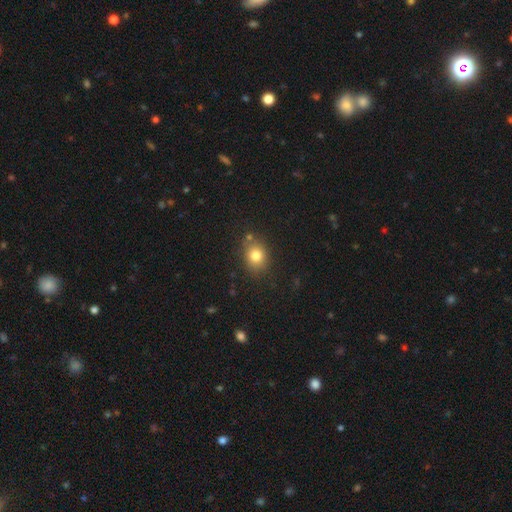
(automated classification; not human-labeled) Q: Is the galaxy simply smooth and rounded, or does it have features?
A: smooth — 79%.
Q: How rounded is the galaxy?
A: round — 59%.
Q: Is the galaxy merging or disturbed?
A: none — 78%.